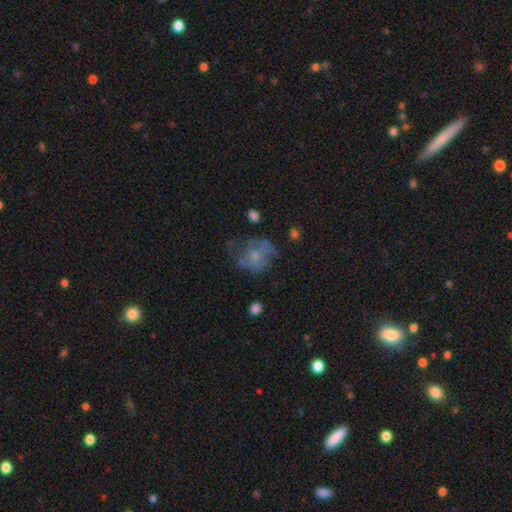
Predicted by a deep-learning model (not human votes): A featured or disk galaxy (44%).

Vote fractions:
- Smooth or featured? featured or disk: 44% / smooth: 43% / star or artifact: 13%
- Merging? none: 45% / major disturbance: 29% / minor disturbance: 24% / merger: 3%